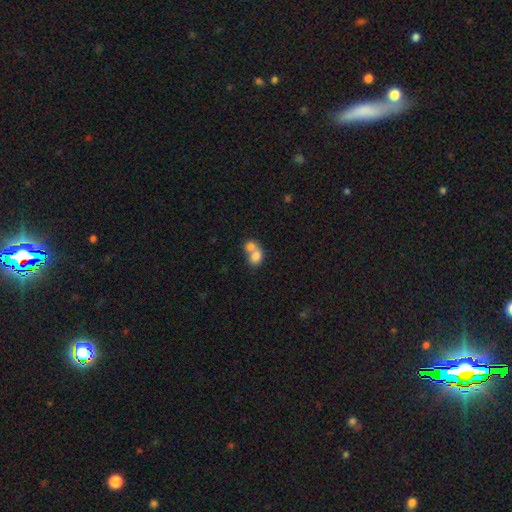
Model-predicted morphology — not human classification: Smooth or featured?
  - smooth: 77% *
  - featured or disk: 15%
  - star or artifact: 8%
How rounded?
  - in between: 58% *
  - round: 41%
  - cigar-shaped: 1%
Merging?
  - merger: 71% *
  - none: 20%
  - minor disturbance: 6%
  - major disturbance: 3%